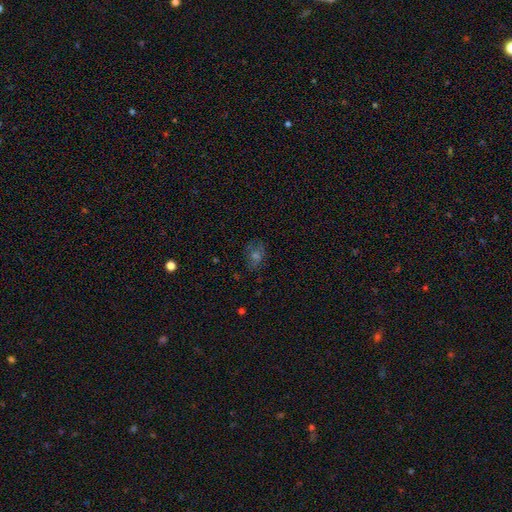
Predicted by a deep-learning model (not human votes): Smooth or featured? Predicted: smooth (p=0.43). Merging? Predicted: none (p=0.73).